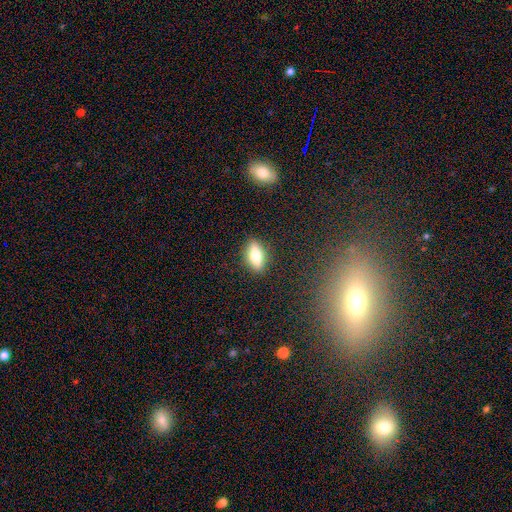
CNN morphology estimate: A smooth galaxy with no disk features (60%) that is in between round and cigar-shaped (68%). Merging: none (87%).